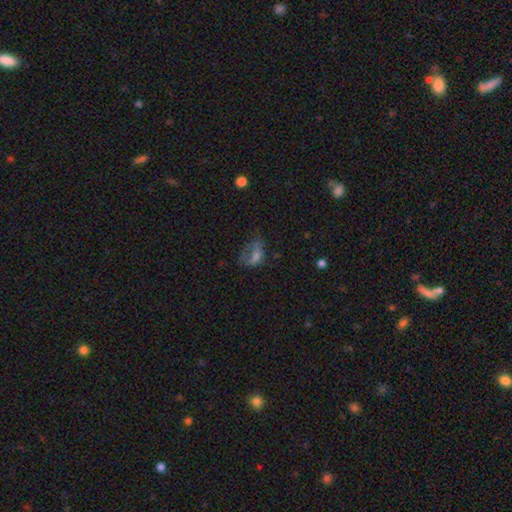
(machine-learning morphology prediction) This is possibly a smooth galaxy (49%). Merging: possibly major disturbance (47%).